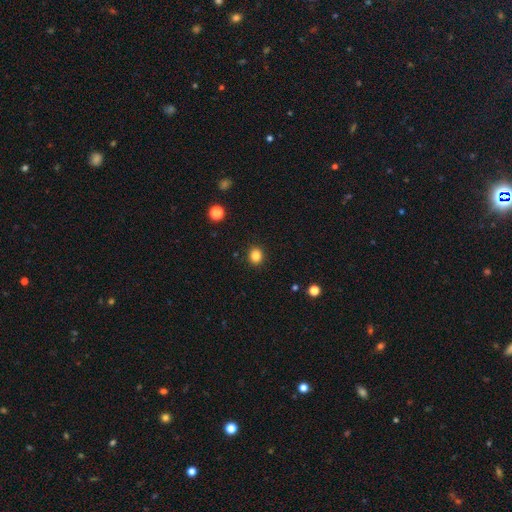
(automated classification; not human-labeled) smooth-or-featured: smooth: 84% | star or artifact: 12% | featured or disk: 4%
  how-rounded: round: 79% | in between: 20% | cigar-shaped: 1%
  merging: none: 92% | minor disturbance: 5% | major disturbance: 2% | merger: 1%